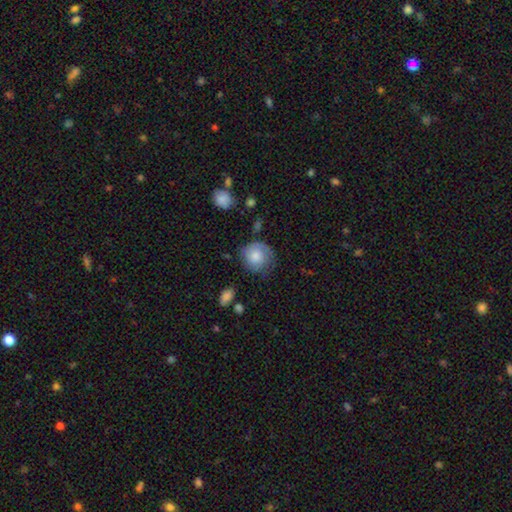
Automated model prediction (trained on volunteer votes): This appears to be a smooth galaxy with no disk features (60%) that is round (84%). Merging: none (63%).